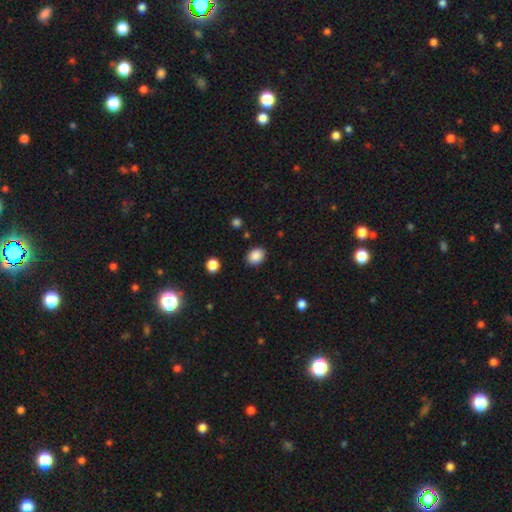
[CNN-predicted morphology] Smooth or featured? Predicted: smooth (p=0.88). How rounded? Predicted: in between (p=0.56). Merging? Predicted: none (p=0.87).